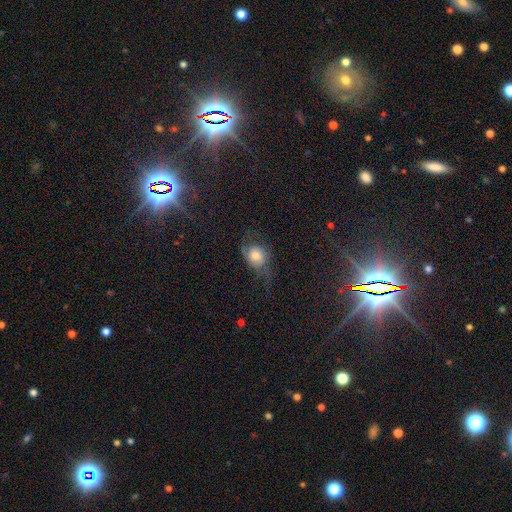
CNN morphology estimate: smooth-or-featured: smooth: 48% | featured or disk: 40% | star or artifact: 11%
  merging: none: 40% | major disturbance: 36% | minor disturbance: 22% | merger: 2%